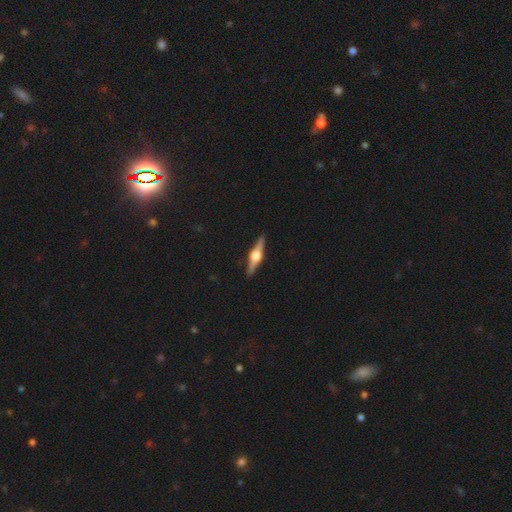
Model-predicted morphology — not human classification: A featured or disk galaxy (81%) viewed edge-on (98%) with a rounded central bulge (95%). Merging: none (92%).